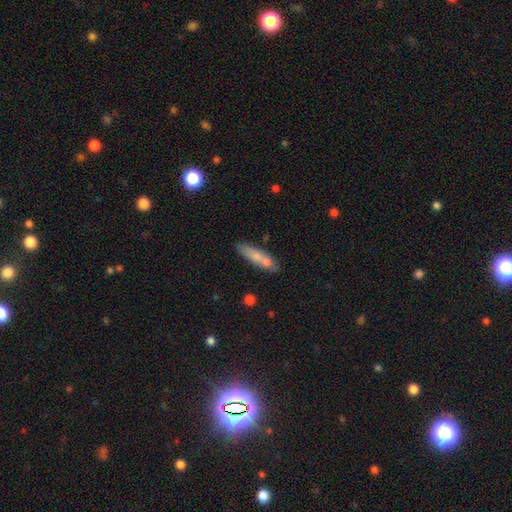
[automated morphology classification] This appears to be a smooth galaxy with no disk features (70%) that is cigar-shaped (69%). Merging: none (61%).